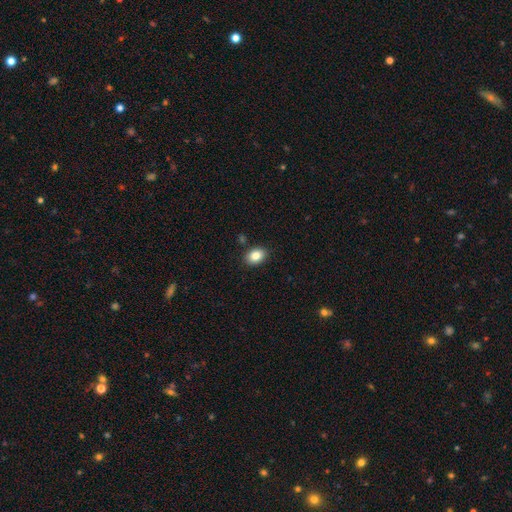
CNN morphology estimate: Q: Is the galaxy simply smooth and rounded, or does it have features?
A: smooth — 85%.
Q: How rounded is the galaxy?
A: in between — 77%.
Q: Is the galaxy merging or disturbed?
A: none — 87%.